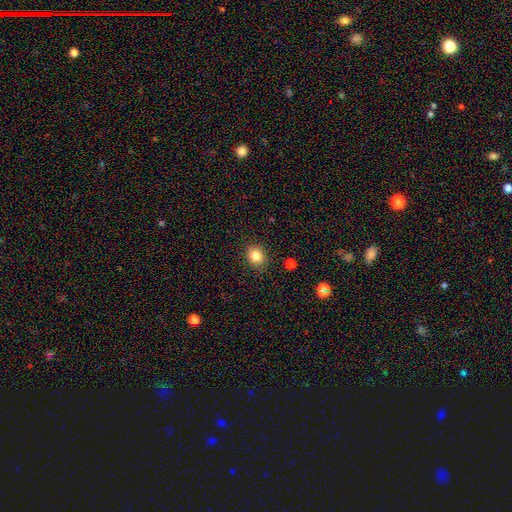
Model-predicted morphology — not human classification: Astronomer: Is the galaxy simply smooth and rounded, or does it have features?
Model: smooth — 83%.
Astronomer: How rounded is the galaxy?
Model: round — 68%.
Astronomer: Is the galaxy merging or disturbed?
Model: none — 88%.